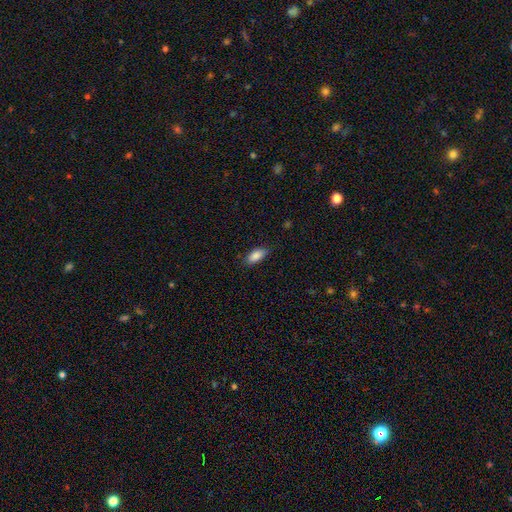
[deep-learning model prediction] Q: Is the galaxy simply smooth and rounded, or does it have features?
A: smooth — 88%.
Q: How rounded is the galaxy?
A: in between — 88%.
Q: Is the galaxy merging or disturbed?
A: none — 81%.